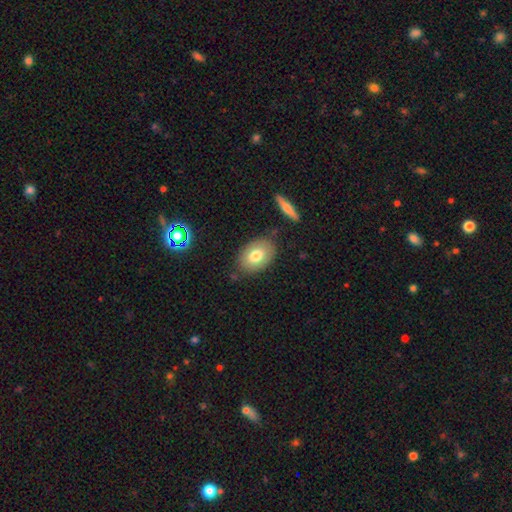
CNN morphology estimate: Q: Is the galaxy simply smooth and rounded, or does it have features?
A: smooth — 74%.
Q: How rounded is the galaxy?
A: in between — 84%.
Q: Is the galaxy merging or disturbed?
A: none — 79%.